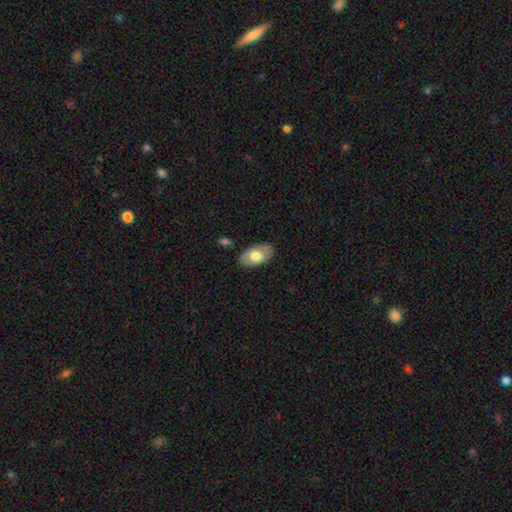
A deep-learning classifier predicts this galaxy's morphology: smooth_or_featured: smooth (p=0.65) [alt: featured or disk p=0.29]
how_rounded: in between (p=0.93) [alt: round p=0.05]
merging: none (p=0.83) [alt: minor disturbance p=0.13]